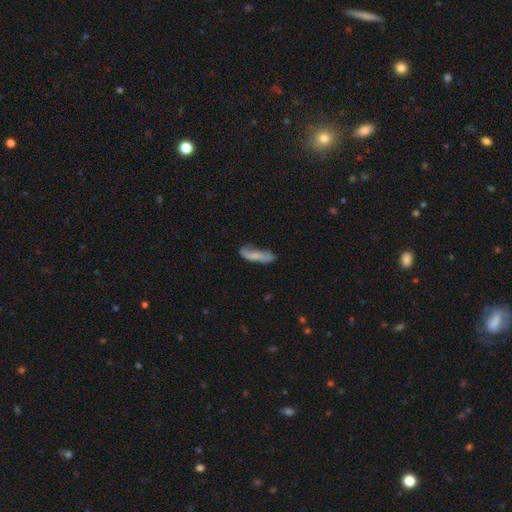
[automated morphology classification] smooth_or_featured: smooth (p=0.64) [alt: featured or disk p=0.29]
how_rounded: cigar-shaped (p=0.59) [alt: in between p=0.39]
merging: none (p=0.52) [alt: minor disturbance p=0.30]